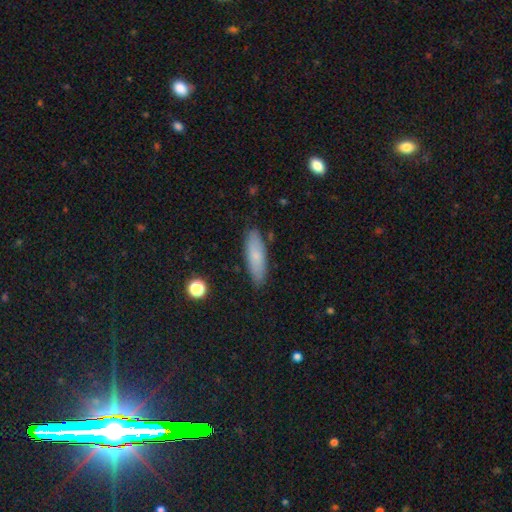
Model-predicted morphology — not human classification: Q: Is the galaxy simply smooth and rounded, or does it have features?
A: smooth — 74%.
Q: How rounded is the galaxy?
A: cigar-shaped — 51%.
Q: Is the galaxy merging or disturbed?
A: none — 85%.